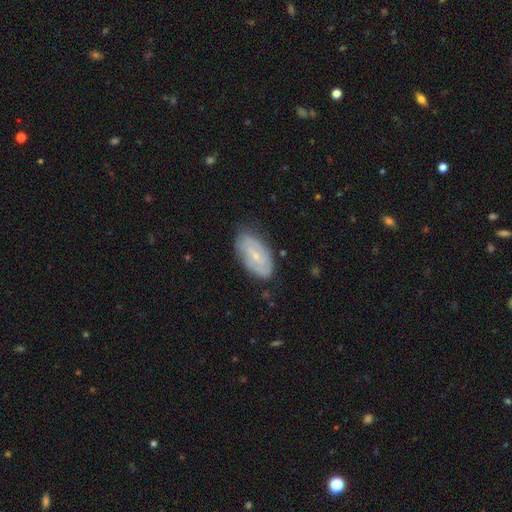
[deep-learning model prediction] Overall: featured or disk (58%; smooth 35%). Edge-on disk: no (92%). Bar: no (62%; weak 31%). Spiral arms: yes (71%). Bulge size: small (75%). Merging: none (74%).